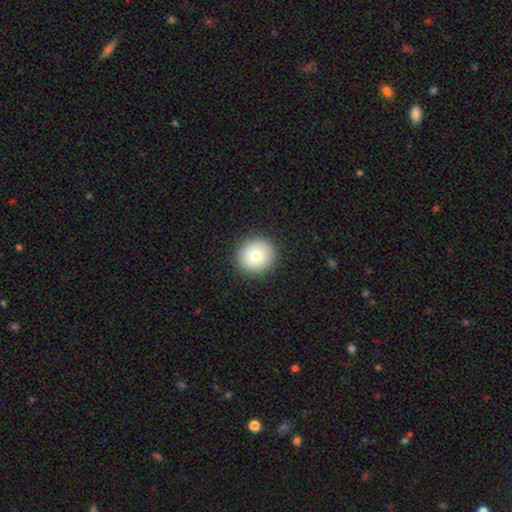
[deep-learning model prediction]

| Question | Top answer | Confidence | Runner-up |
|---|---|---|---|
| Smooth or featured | smooth | 79% | featured or disk (11%) |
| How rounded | round | 90% | in between (9%) |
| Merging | none | 91% | minor disturbance (6%) |